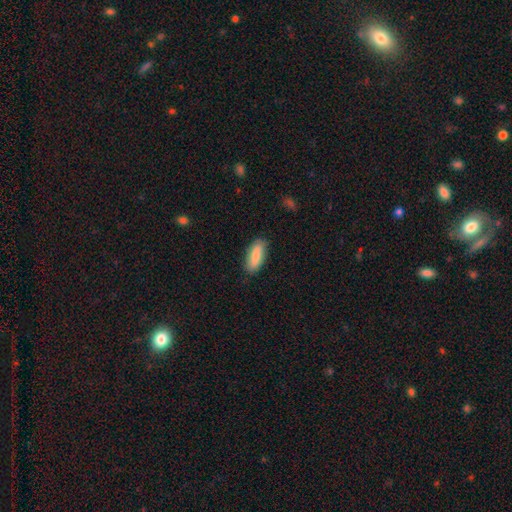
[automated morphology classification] smooth-or-featured: smooth: 85% | featured or disk: 9% | star or artifact: 6%
  how-rounded: in between: 76% | cigar-shaped: 22% | round: 2%
  merging: none: 84% | minor disturbance: 12% | major disturbance: 2% | merger: 1%